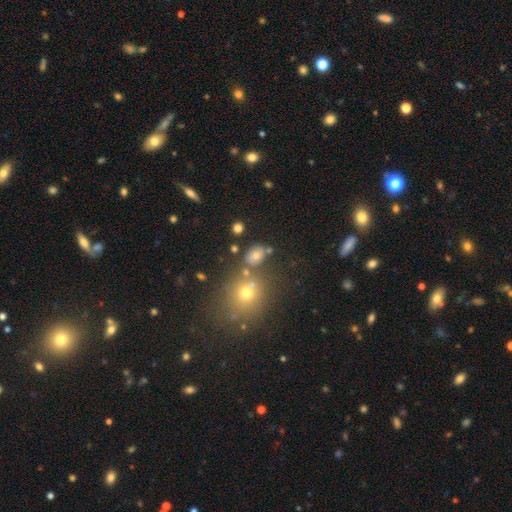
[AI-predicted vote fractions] This appears to be a smooth galaxy with no disk features (70%) that is in between round and cigar-shaped (68%). Merging: none (68%).